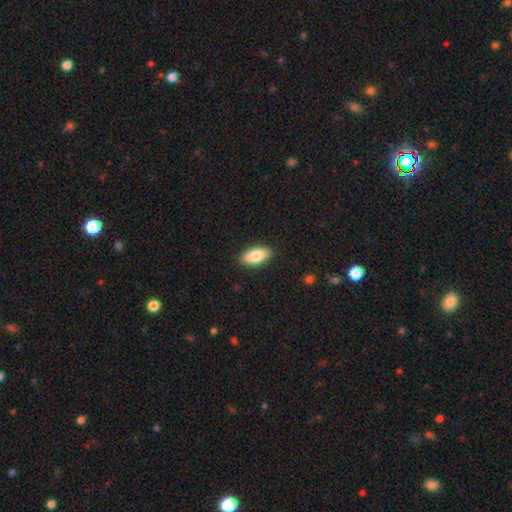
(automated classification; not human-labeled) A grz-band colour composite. It shows a smooth galaxy with no disk features (83%) that is in between round and cigar-shaped (90%). Merging: none (89%).